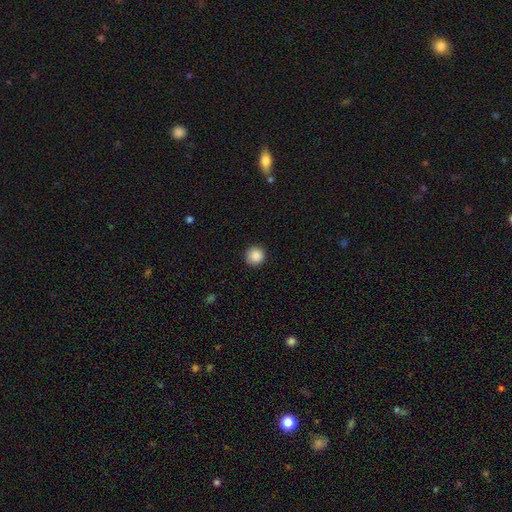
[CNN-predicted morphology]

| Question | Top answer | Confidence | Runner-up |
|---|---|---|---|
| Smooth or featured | smooth | 88% | star or artifact (9%) |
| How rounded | round | 95% | in between (4%) |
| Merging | none | 91% | minor disturbance (6%) |